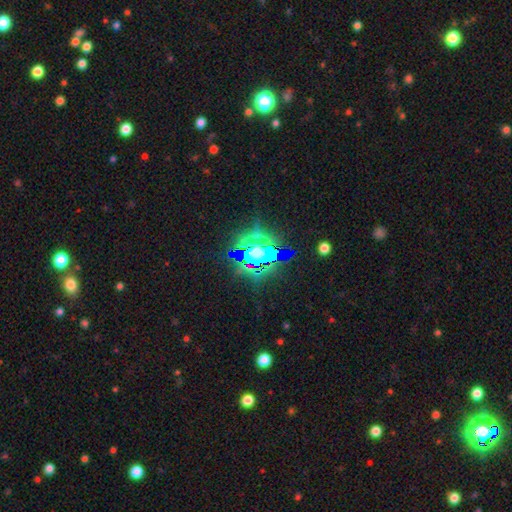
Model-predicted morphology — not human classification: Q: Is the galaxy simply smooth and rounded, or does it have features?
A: star or artifact — 61%.